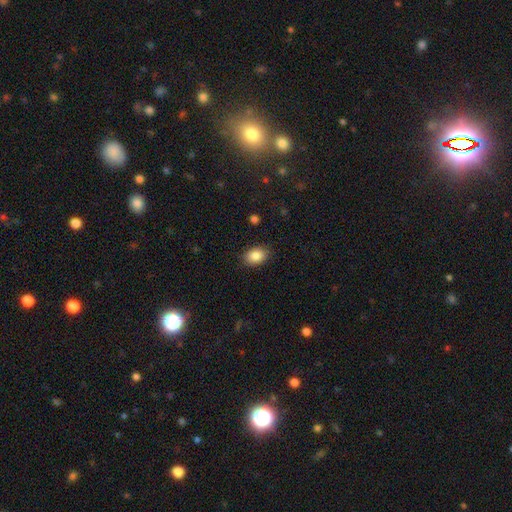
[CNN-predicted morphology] A smooth galaxy with no disk features (87%) that is in between round and cigar-shaped (81%). Merging: none (87%).